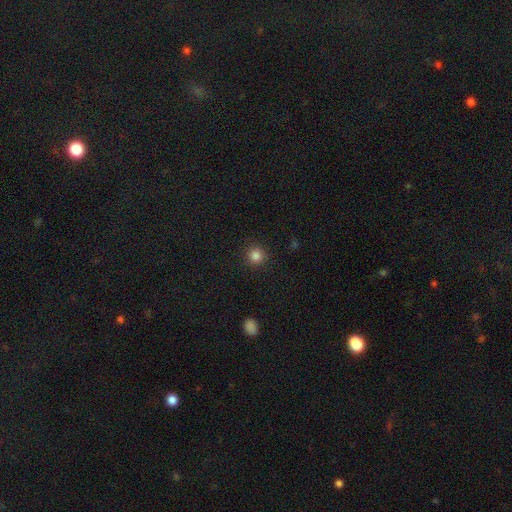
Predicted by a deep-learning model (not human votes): The model was most divided on "smooth or featured": smooth: 84%, star or artifact: 12%, featured or disk: 3%. More confident: how rounded — round (94%); merging — none (91%).